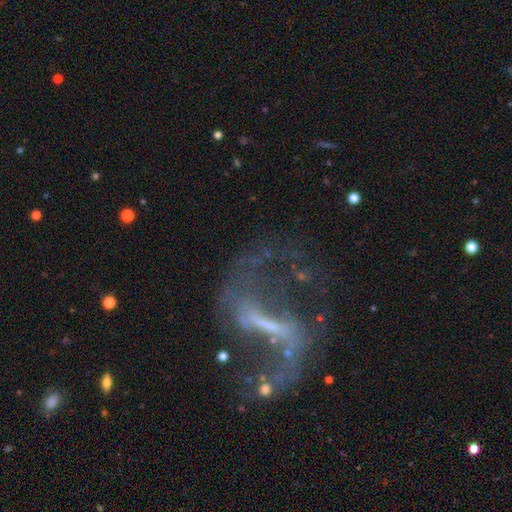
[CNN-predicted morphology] Smooth or featured? Predicted: featured or disk (p=0.84). Edge-on disk? Predicted: no (p=0.95). Bar? Predicted: strong (p=0.61). Spiral arms? Predicted: yes (p=0.91). Spiral winding? Predicted: loose (p=0.74). Spiral arm count? Predicted: 2 (p=0.91). Bulge size? Predicted: none (p=0.46). Merging? Predicted: none (p=0.62).